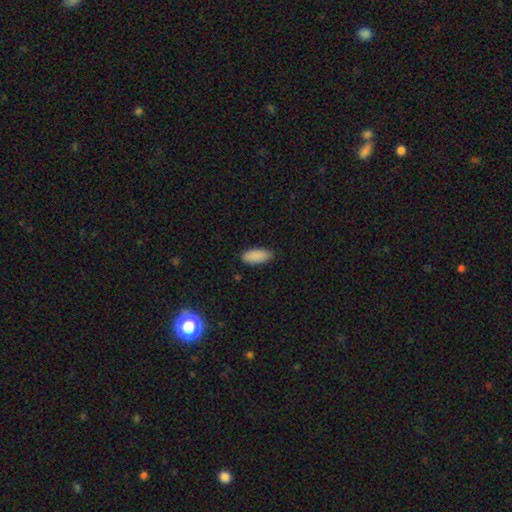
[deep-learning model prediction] The model was most divided on "merging": none: 85%, minor disturbance: 12%, major disturbance: 2%, merger: 1%. More confident: how rounded — in between (90%); smooth or featured — smooth (89%).